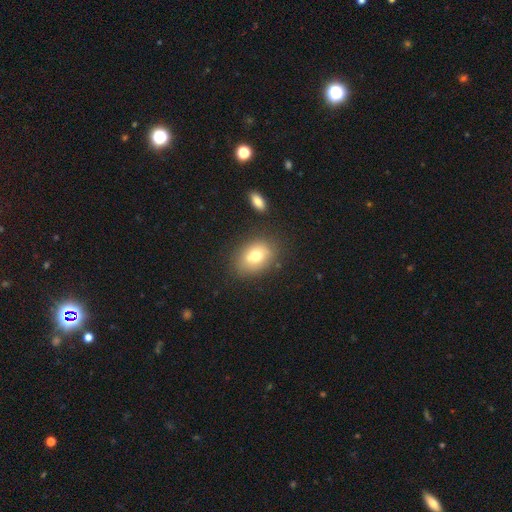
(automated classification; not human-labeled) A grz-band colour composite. It shows a smooth galaxy with no disk features (71%) that is in between round and cigar-shaped (67%). Merging: none (66%).